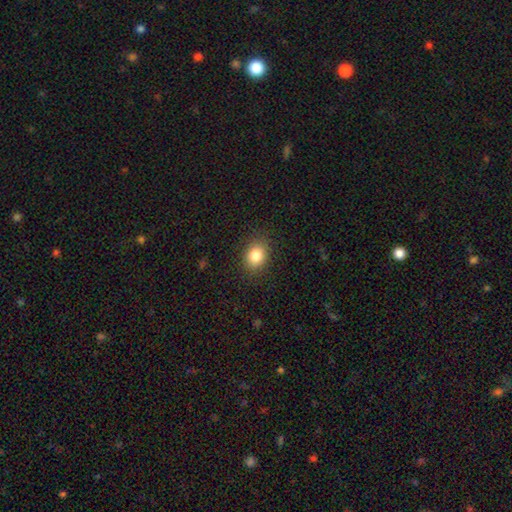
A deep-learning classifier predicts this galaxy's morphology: smooth 84%, star or artifact 10%, featured or disk 6%. Down the decision tree: how rounded — in between (56%); merging — none (86%).